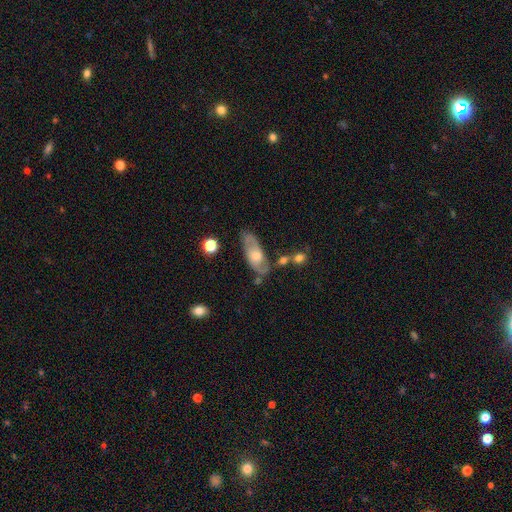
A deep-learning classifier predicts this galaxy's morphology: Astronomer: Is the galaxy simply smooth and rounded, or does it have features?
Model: featured or disk — 63%.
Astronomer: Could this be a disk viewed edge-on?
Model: no — 80%.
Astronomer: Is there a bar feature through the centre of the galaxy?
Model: no — 70%.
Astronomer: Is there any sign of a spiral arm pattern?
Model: yes — 71%.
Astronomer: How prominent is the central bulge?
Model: moderate — 62%.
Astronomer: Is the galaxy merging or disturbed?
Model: none — 63%.